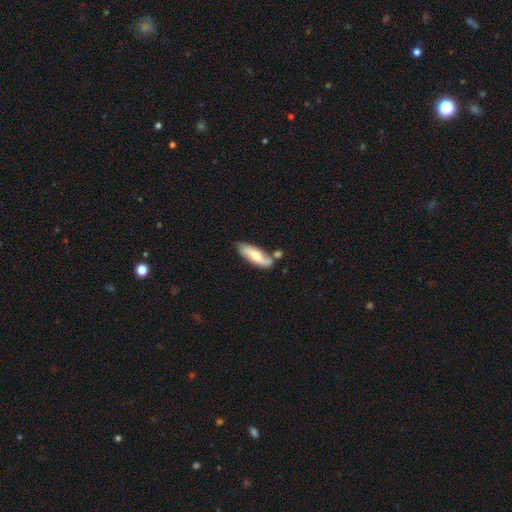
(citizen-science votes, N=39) smooth 49%, featured or disk 46%, star or artifact 5%. Down the decision tree: how rounded — in between (79%); merging — none (51%).